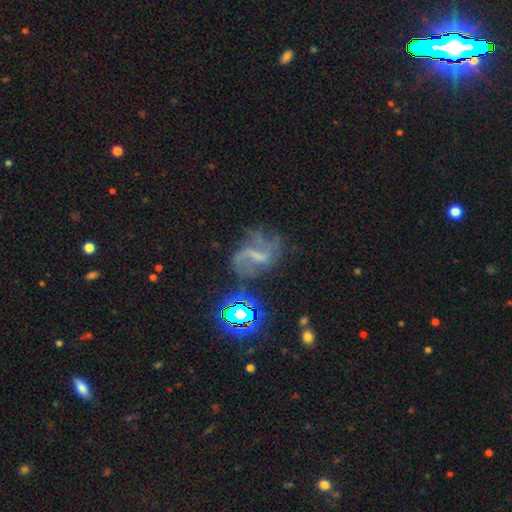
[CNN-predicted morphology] Smooth or featured?
  - featured or disk: 63% *
  - star or artifact: 22%
  - smooth: 15%
Edge-on disk?
  - no: 96% *
  - yes: 4%
Bar?
  - weak: 44% *
  - strong: 33%
  - no: 23%
Spiral arms?
  - yes: 78% *
  - no: 22%
Bulge size?
  - none: 51% *
  - small: 29%
  - moderate: 16%
  - large: 3%
  - dominant: 1%
Merging?
  - none: 47% *
  - major disturbance: 27%
  - minor disturbance: 21%
  - merger: 6%